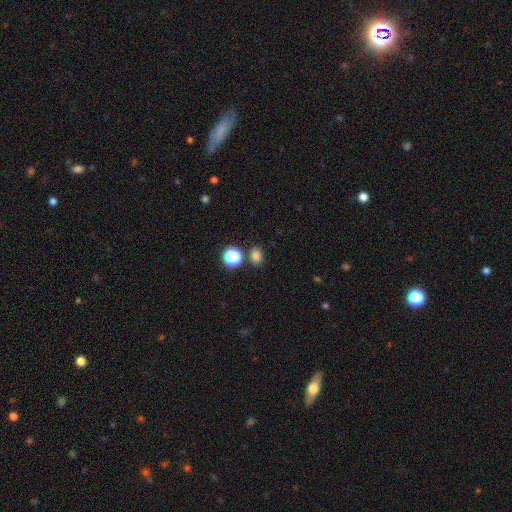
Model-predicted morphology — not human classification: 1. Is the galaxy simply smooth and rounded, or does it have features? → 78% smooth, 17% star or artifact, 5% featured or disk.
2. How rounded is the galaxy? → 51% in between, 48% round, 1% cigar-shaped.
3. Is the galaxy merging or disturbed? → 81% none, 9% minor disturbance, 7% merger, 3% major disturbance.